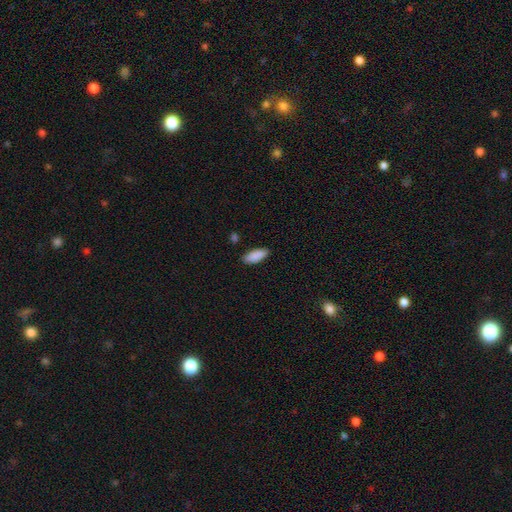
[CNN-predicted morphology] smooth-or-featured: smooth: 90% | star or artifact: 6% | featured or disk: 4%
  how-rounded: in between: 84% | cigar-shaped: 15% | round: 2%
  merging: none: 85% | minor disturbance: 11% | major disturbance: 2% | merger: 2%